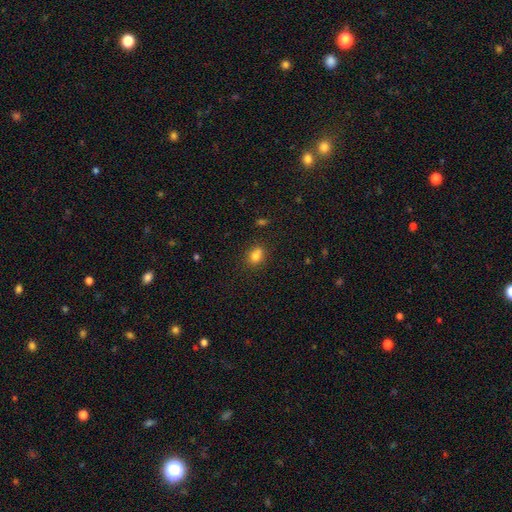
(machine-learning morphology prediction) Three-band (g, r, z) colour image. It shows a smooth galaxy with no disk features (81%) that is in between round and cigar-shaped (60%). Merging: none (75%).